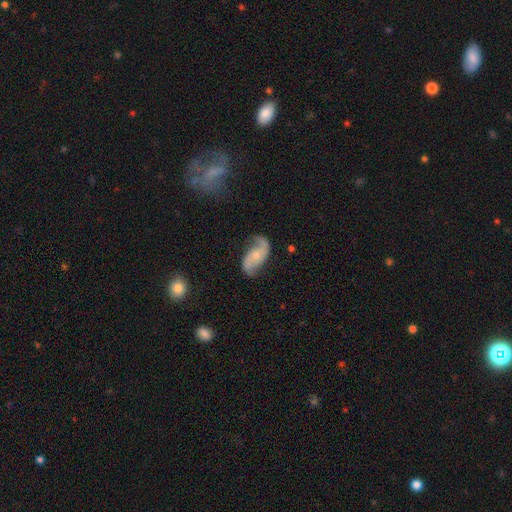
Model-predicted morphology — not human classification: type=featured or disk (80%); edge-on=no (97%); bar=no (60%); spiral arms=yes (95%); winding=loose (59%); arm count=2 (89%); bulge=small (51%); merging=none (66%).